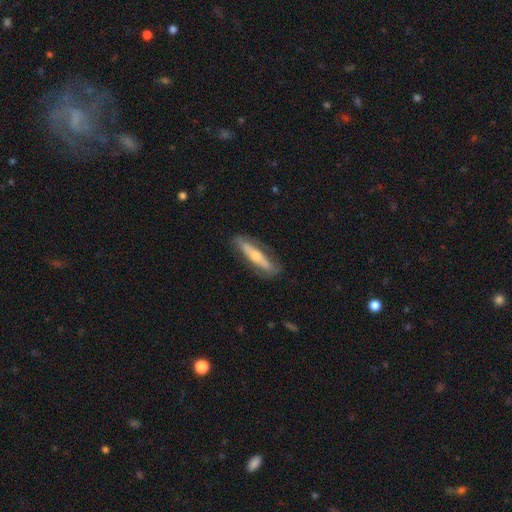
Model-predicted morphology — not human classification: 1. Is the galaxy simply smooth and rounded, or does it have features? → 51% featured or disk, 43% smooth, 5% star or artifact.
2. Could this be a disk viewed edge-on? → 72% yes, 28% no.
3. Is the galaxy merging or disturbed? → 81% none, 14% minor disturbance, 4% major disturbance, 1% merger.